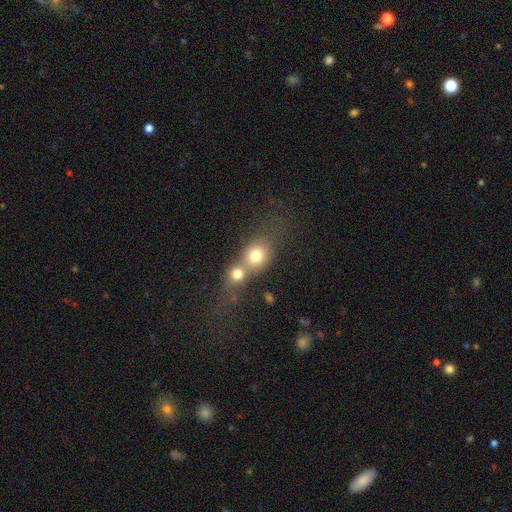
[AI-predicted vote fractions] A smooth galaxy with no disk features (74%) that is round (71%).

Vote fractions:
- Smooth or featured? smooth: 74% / featured or disk: 14% / star or artifact: 12%
- How rounded? round: 71% / in between: 27% / cigar-shaped: 2%
- Merging? merger: 66% / none: 24% / minor disturbance: 6% / major disturbance: 4%